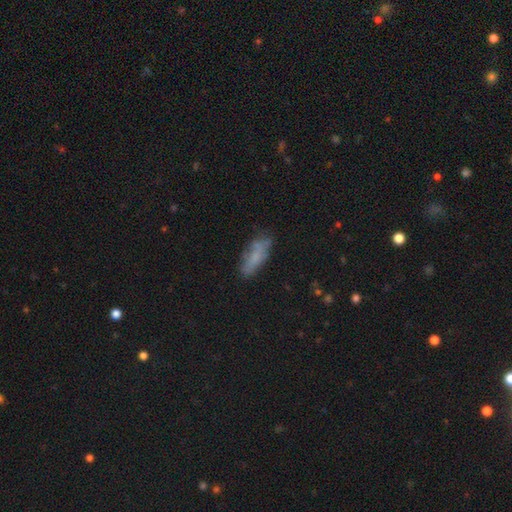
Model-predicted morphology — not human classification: Smooth or featured?
  - smooth: 67% *
  - featured or disk: 23%
  - star or artifact: 10%
How rounded?
  - in between: 56% *
  - cigar-shaped: 42%
  - round: 2%
Merging?
  - none: 64% *
  - minor disturbance: 24%
  - major disturbance: 8%
  - merger: 4%